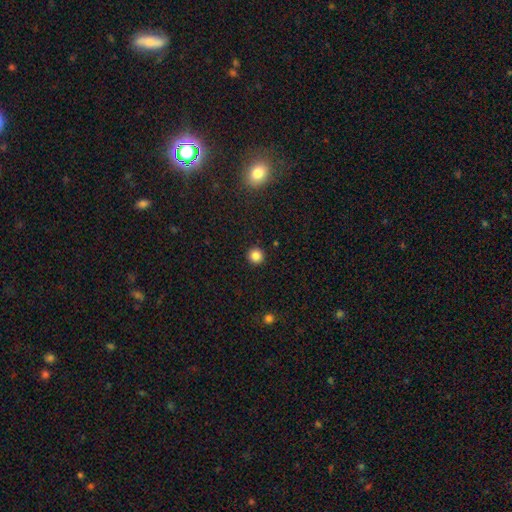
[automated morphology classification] A smooth galaxy with no disk features (85%) that is round (96%). Merging: none (93%).